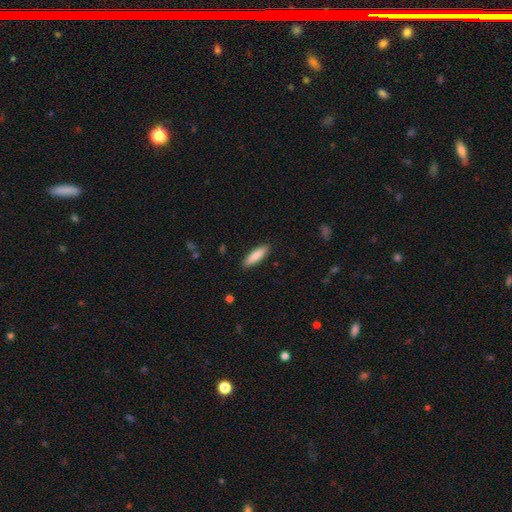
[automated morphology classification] The model was most divided on "how rounded": cigar-shaped: 63%, in between: 35%, round: 1%. More confident: merging — none (89%); smooth or featured — smooth (85%).